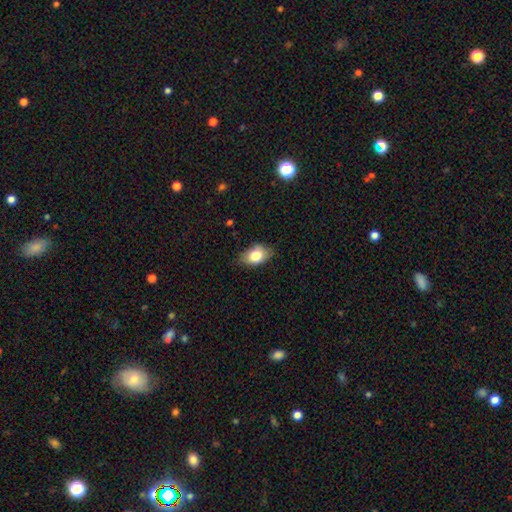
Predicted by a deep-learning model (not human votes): Q: Smooth or featured?
A: smooth (80%); runner-up: featured or disk (12%)
Q: How rounded?
A: in between (85%); runner-up: round (13%)
Q: Merging?
A: none (74%); runner-up: minor disturbance (22%)